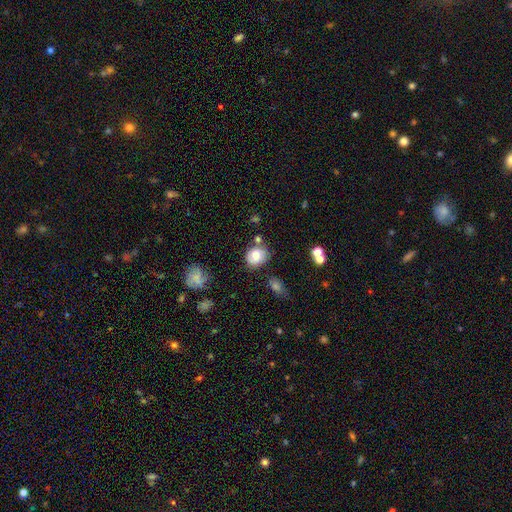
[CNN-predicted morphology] A smooth galaxy with no disk features (72%) that is round (64%).

Vote fractions:
- Smooth or featured? smooth: 72% / featured or disk: 18% / star or artifact: 10%
- How rounded? round: 64% / in between: 35% / cigar-shaped: 1%
- Merging? none: 67% / minor disturbance: 19% / merger: 8% / major disturbance: 6%